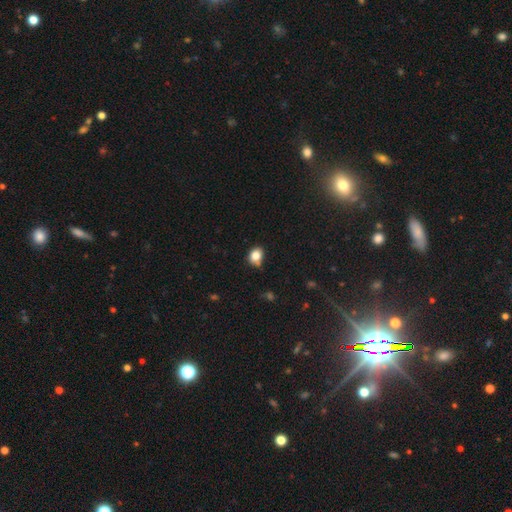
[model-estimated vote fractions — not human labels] Q: Smooth or featured?
A: smooth (82%); runner-up: star or artifact (11%)
Q: How rounded?
A: round (54%); runner-up: in between (45%)
Q: Merging?
A: none (67%); runner-up: minor disturbance (22%)